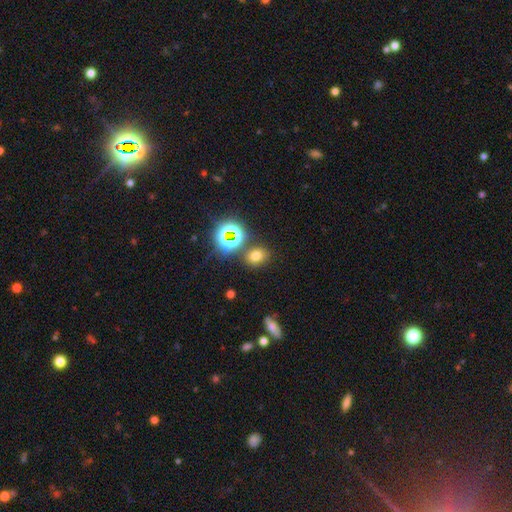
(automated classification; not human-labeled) Overall: smooth (67%). How rounded: in between (49%, tied with round). Merging: none (80%).